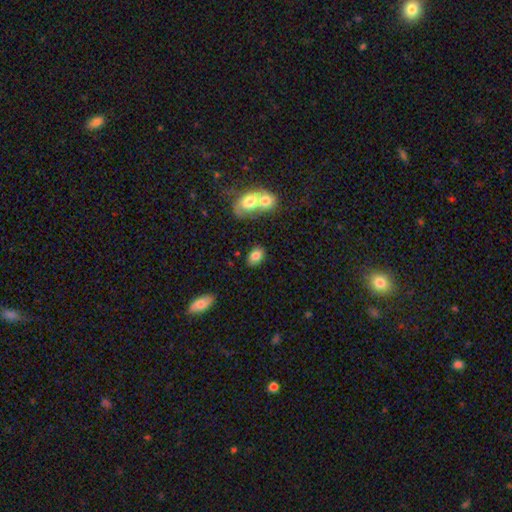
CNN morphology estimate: This appears to be a smooth galaxy with no disk features (82%) that is in between round and cigar-shaped (81%). Merging: none (76%).